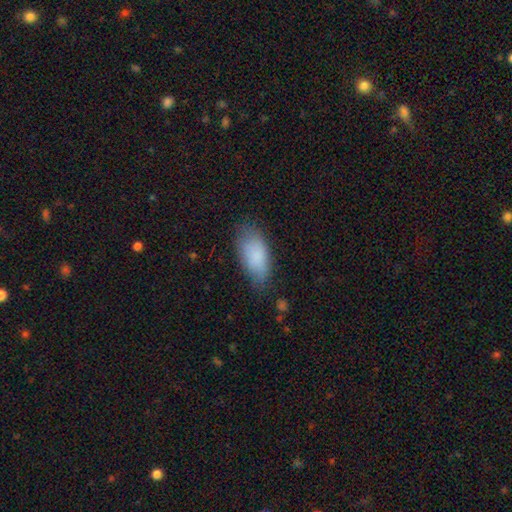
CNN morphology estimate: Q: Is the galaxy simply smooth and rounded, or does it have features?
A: smooth — 85%.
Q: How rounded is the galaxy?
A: in between — 90%.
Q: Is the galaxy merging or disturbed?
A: none — 69%.